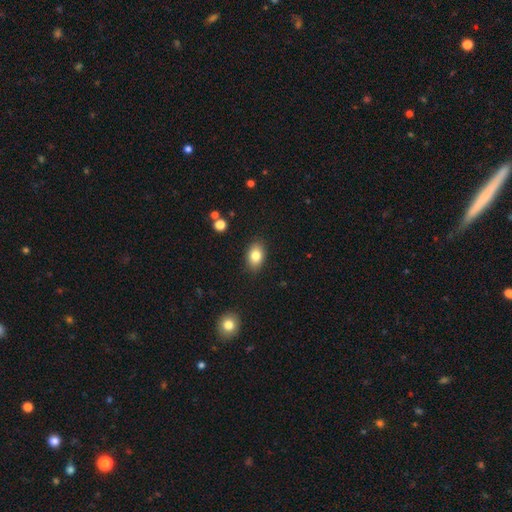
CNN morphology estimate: Smooth or featured: smooth — 82% (featured or disk — 9%)
How rounded: in between — 85% (round — 14%)
Merging: none — 87% (minor disturbance — 10%)